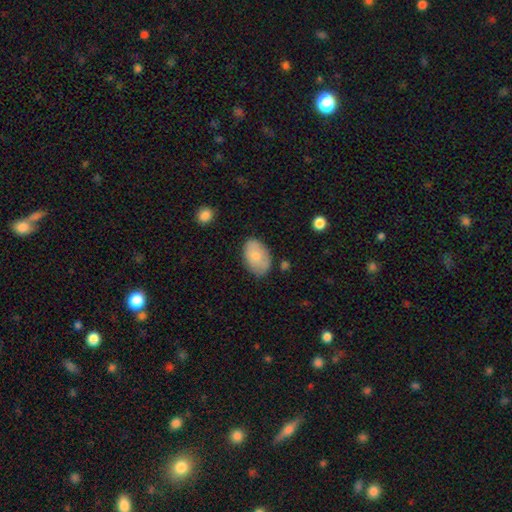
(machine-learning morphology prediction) smooth_or_featured: smooth (p=0.77) [alt: featured or disk p=0.17]
how_rounded: in between (p=0.90) [alt: round p=0.09]
merging: none (p=0.77) [alt: minor disturbance p=0.18]